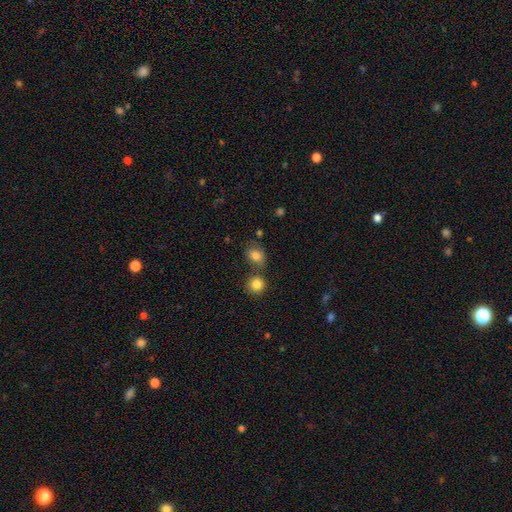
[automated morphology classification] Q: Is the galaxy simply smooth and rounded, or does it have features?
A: smooth — 81%.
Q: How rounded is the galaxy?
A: in between — 53%.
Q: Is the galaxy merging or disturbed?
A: none — 60%.